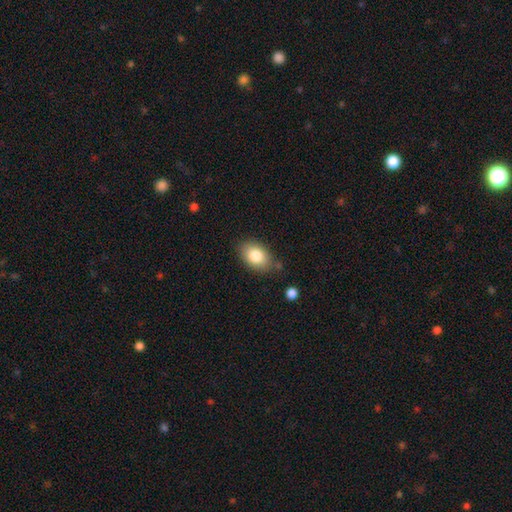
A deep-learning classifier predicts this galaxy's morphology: Smooth or featured? smooth (82%)
How rounded? in between (85%)
Merging? none (77%)